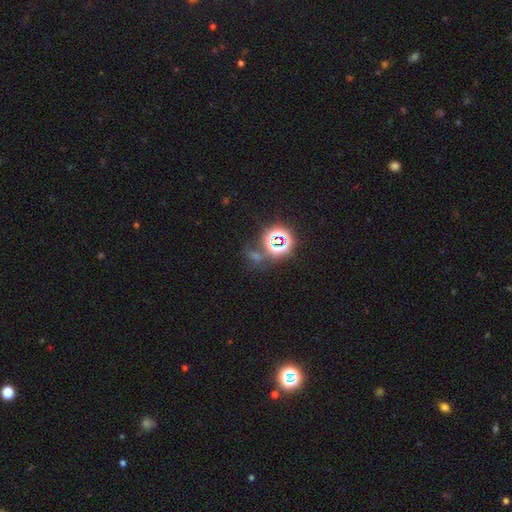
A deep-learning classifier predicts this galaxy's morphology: A star or artifact, not a galaxy (69%).